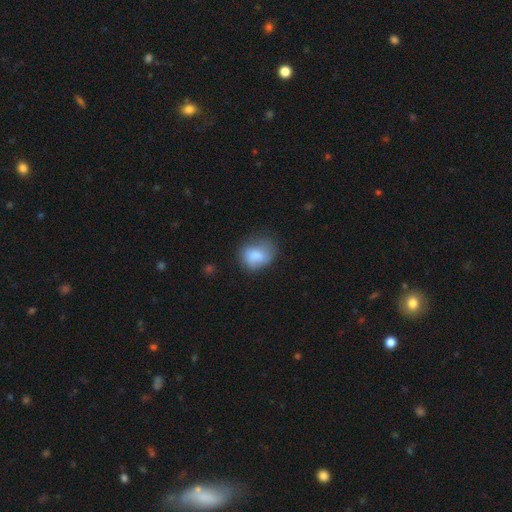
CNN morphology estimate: Smooth or featured?
  - smooth: 79% *
  - featured or disk: 13%
  - star or artifact: 8%
How rounded?
  - in between: 50% *
  - round: 49%
  - cigar-shaped: 1%
Merging?
  - none: 47% *
  - minor disturbance: 34%
  - major disturbance: 17%
  - merger: 2%